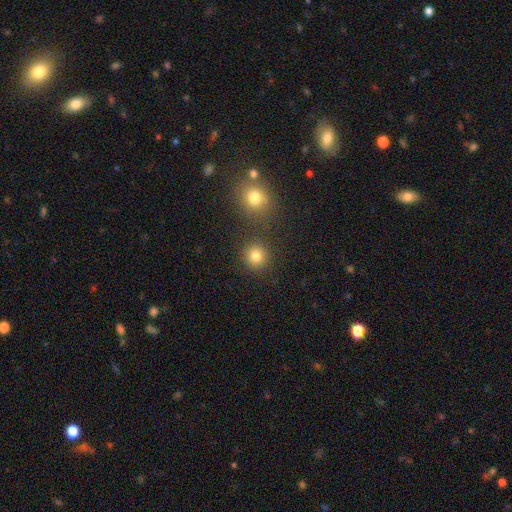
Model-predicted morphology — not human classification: type=smooth (82%); roundness=round (91%); merging=none (83%).